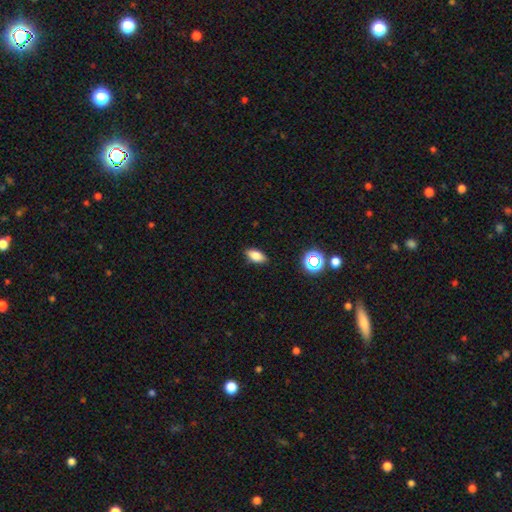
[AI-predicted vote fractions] Smooth or featured: smooth — 81% (star or artifact — 11%)
How rounded: in between — 87% (cigar-shaped — 8%)
Merging: none — 87% (minor disturbance — 9%)